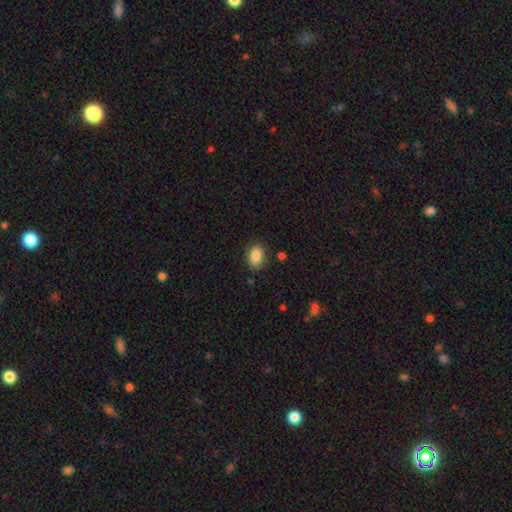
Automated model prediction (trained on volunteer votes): This is clearly a smooth galaxy (88%). How rounded: clearly in between (82%). Merging: clearly none (83%).